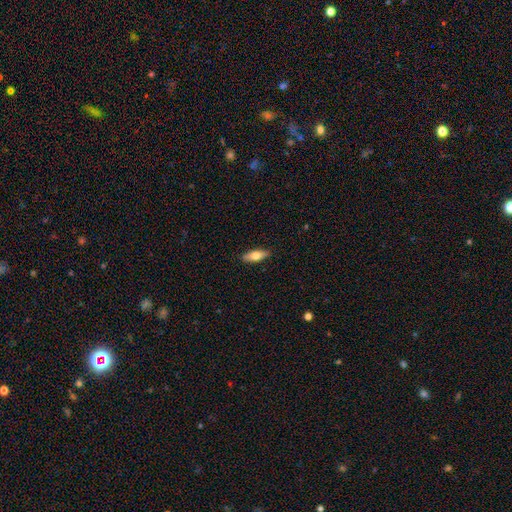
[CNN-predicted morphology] Smooth or featured? Predicted: smooth (p=0.67). How rounded? Predicted: in between (p=0.65). Merging? Predicted: none (p=0.89).